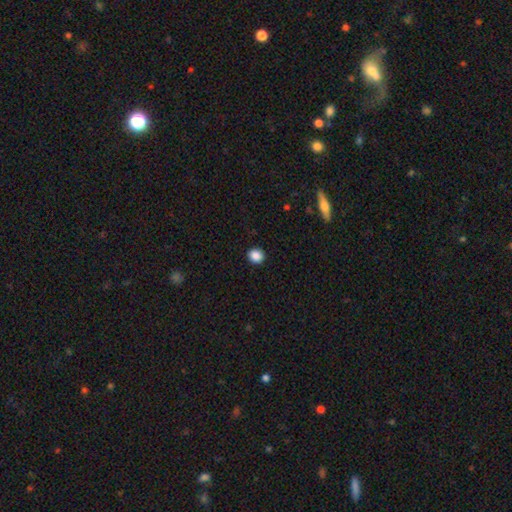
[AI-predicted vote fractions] This is clearly a smooth galaxy (88%). How rounded: clearly round (83%). Merging: clearly none (92%).